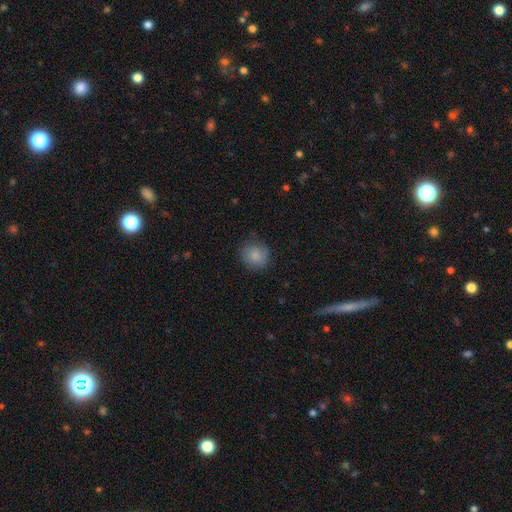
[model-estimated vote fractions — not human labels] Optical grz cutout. It shows a smooth galaxy with no disk features (86%) that is round (87%). Merging: none (83%).